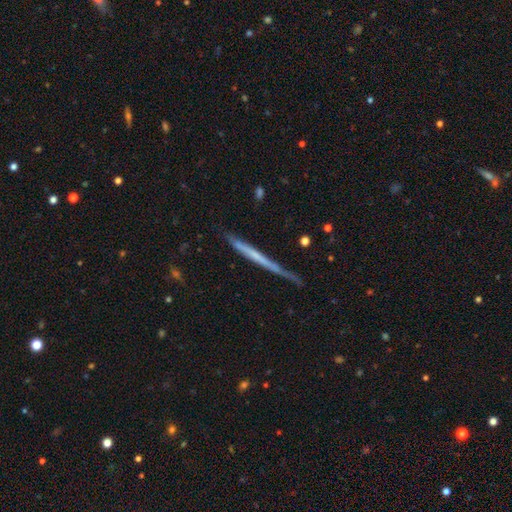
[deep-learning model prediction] Smooth or featured: featured or disk — 58% (smooth — 36%)
Edge-on disk: yes — 96% (no — 4%)
Edge-on bulge: none — 85% (rounded — 10%)
Merging: none — 74% (minor disturbance — 20%)